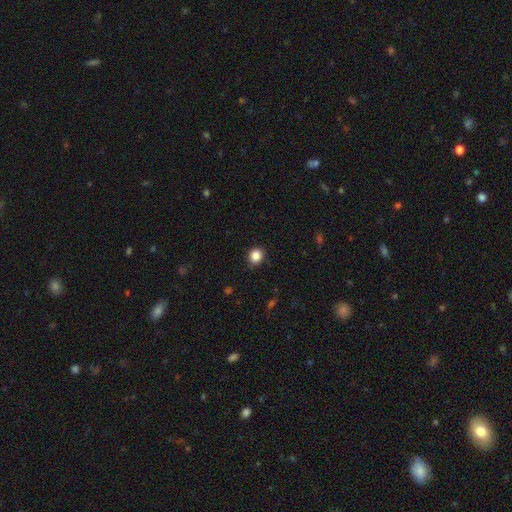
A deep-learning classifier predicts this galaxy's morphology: This appears to be a smooth galaxy with no disk features (86%) that is round (78%). Merging: none (88%).